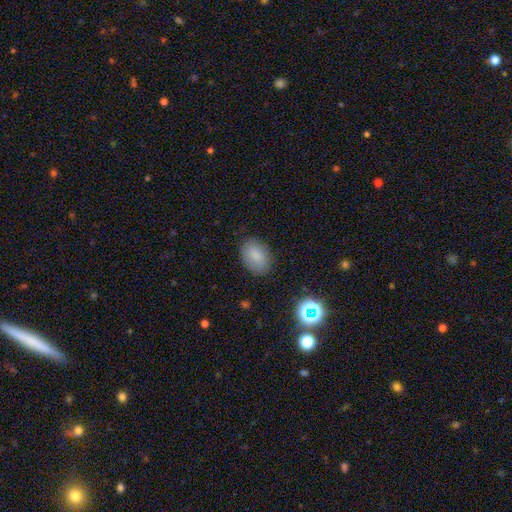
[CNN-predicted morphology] smooth_or_featured: smooth (p=0.83) [alt: star or artifact p=0.10]
how_rounded: in between (p=0.81) [alt: round p=0.18]
merging: none (p=0.83) [alt: minor disturbance p=0.12]